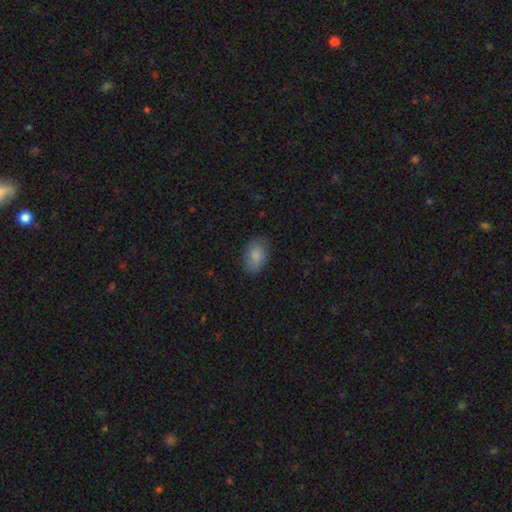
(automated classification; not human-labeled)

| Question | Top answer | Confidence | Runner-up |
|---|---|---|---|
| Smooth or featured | smooth | 86% | featured or disk (7%) |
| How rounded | in between | 90% | round (9%) |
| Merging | none | 82% | minor disturbance (14%) |